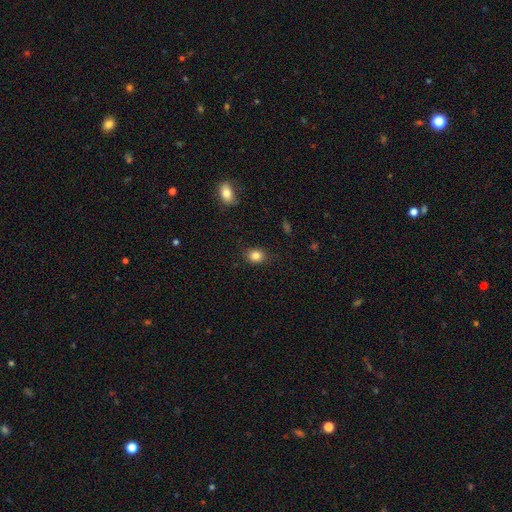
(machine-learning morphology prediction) Smooth or featured: smooth — 84% (star or artifact — 11%)
How rounded: round — 61% (in between — 38%)
Merging: none — 85% (minor disturbance — 11%)